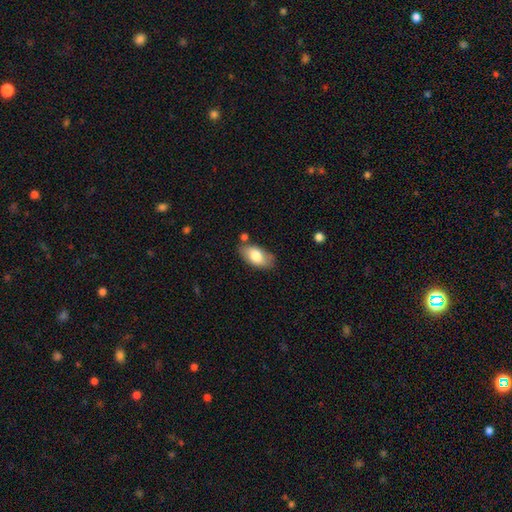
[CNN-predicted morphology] Overall: smooth (75%). How rounded: in between (93%). Merging: none (73%).